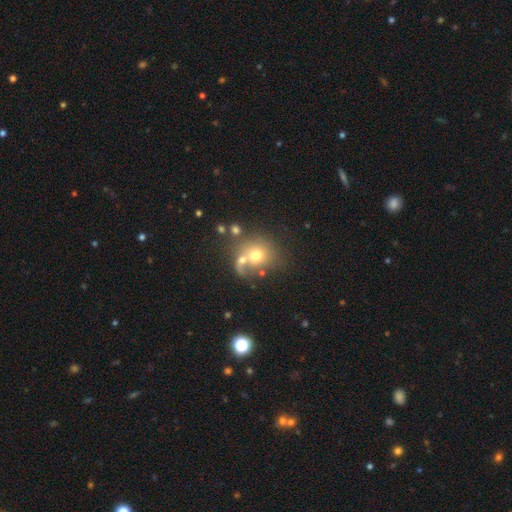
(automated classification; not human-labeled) Morphology: type=smooth (65%); roundness=round (78%); merging=merger (43%).